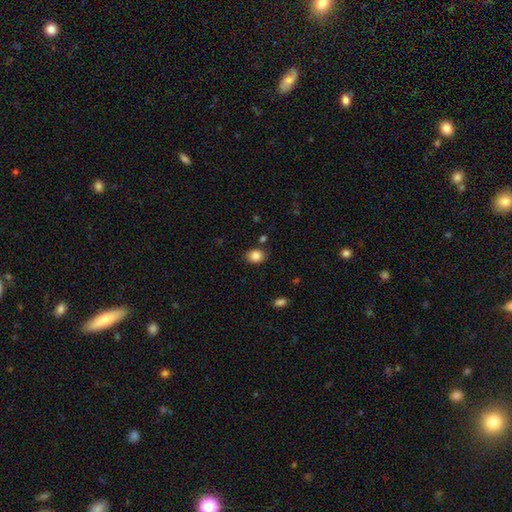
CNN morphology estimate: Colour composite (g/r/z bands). It shows a smooth galaxy with no disk features (86%) that is in between round and cigar-shaped (54%). Merging: none (82%).